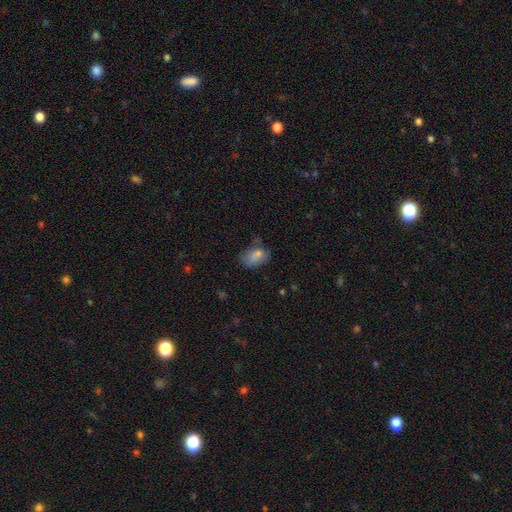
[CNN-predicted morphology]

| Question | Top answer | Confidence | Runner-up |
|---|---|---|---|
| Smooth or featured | smooth | 77% | featured or disk (13%) |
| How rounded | in between | 84% | round (14%) |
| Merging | none | 46% | minor disturbance (32%) |